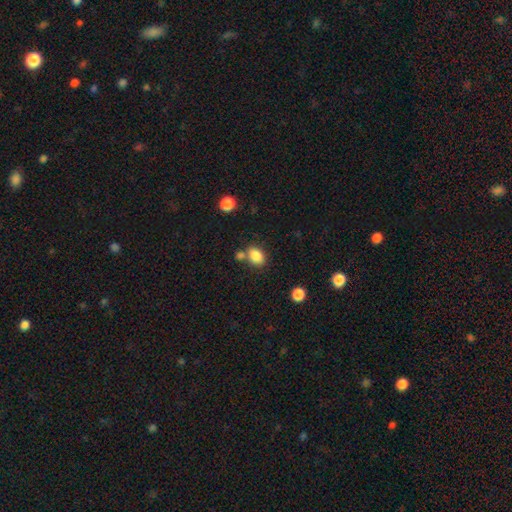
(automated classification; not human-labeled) Smooth or featured? smooth (85%)
How rounded? in between (69%)
Merging? none (60%)